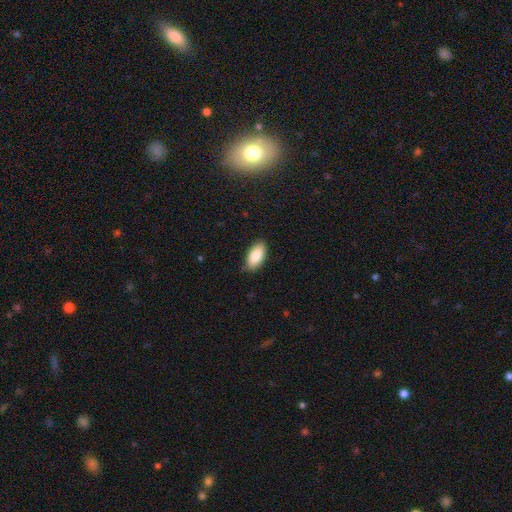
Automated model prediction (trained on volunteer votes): A smooth galaxy with no disk features (85%) that is in between round and cigar-shaped (93%). Merging: none (80%).